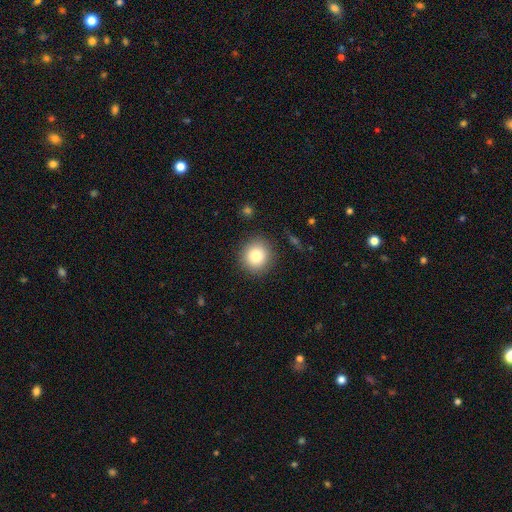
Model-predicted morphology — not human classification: Smooth or featured? smooth (82%)
How rounded? round (91%)
Merging? none (89%)